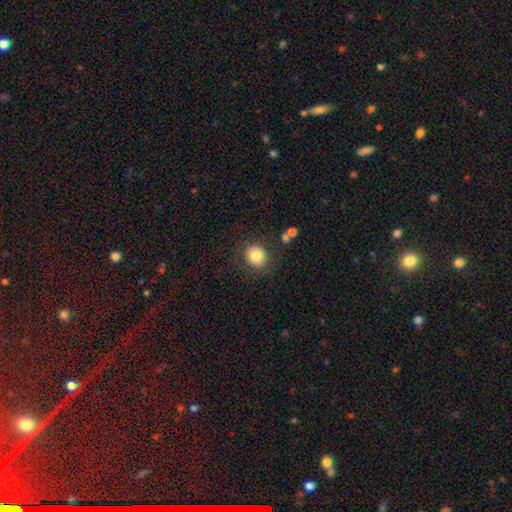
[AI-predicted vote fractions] smooth_or_featured: smooth (p=0.81) [alt: star or artifact p=0.10]
how_rounded: round (p=0.79) [alt: in between p=0.20]
merging: none (p=0.83) [alt: minor disturbance p=0.10]